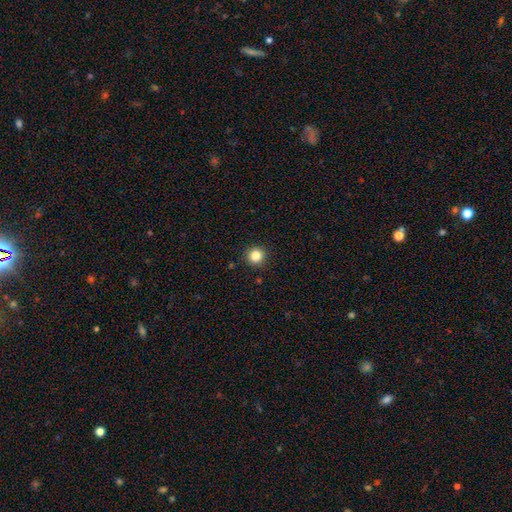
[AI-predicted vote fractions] Smooth or featured?
  - smooth: 84% *
  - star or artifact: 12%
  - featured or disk: 4%
How rounded?
  - round: 95% *
  - in between: 4%
  - cigar-shaped: 1%
Merging?
  - none: 92% *
  - minor disturbance: 5%
  - major disturbance: 2%
  - merger: 1%